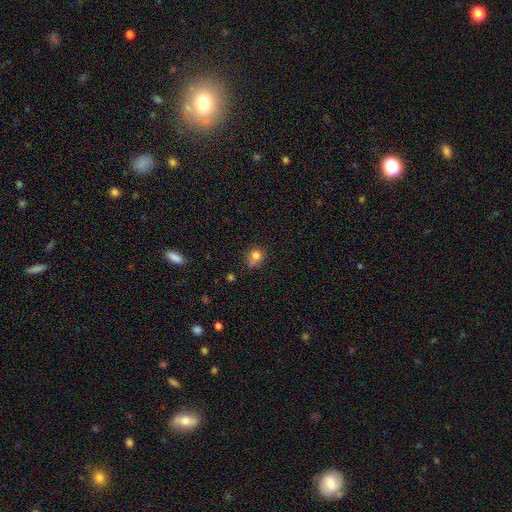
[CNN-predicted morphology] This appears to be a smooth galaxy with no disk features (77%) that is round (74%). Merging: none (53%).